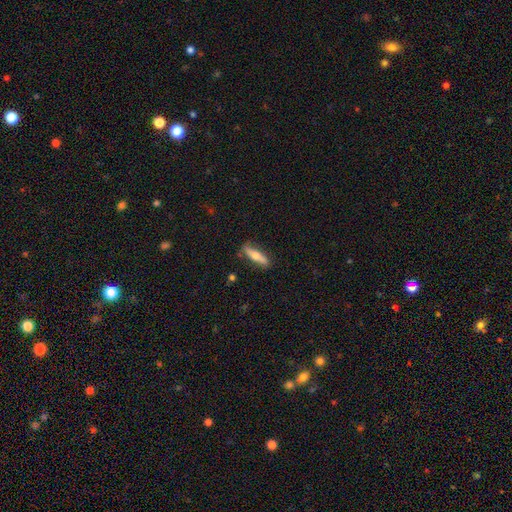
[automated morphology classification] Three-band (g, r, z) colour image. It shows a smooth galaxy with no disk features (55%) that is cigar-shaped (69%). Merging: none (83%).